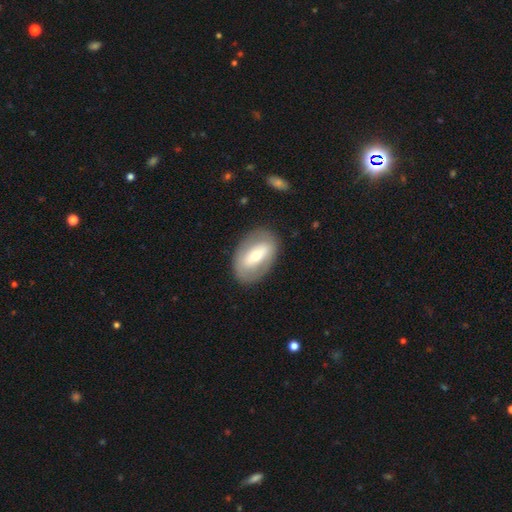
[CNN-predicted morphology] Smooth or featured?
  - featured or disk: 53% *
  - smooth: 41%
  - star or artifact: 6%
Edge-on disk?
  - no: 88% *
  - yes: 12%
Merging?
  - none: 82% *
  - minor disturbance: 12%
  - major disturbance: 5%
  - merger: 1%